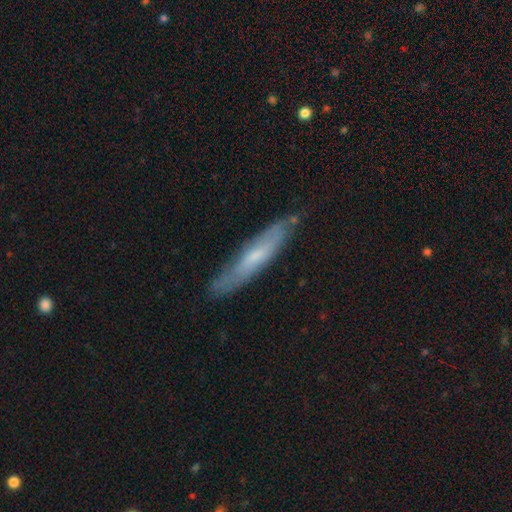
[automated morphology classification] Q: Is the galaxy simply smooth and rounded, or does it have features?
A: smooth — 48%.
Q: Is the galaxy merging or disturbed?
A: none — 77%.